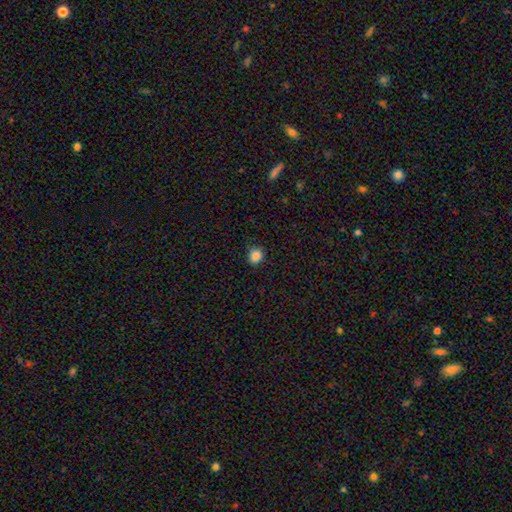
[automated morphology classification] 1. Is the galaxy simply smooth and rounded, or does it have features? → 86% smooth, 10% star or artifact, 3% featured or disk.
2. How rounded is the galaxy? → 69% round, 30% in between, 1% cigar-shaped.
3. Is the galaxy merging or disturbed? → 86% none, 11% minor disturbance, 2% major disturbance, 1% merger.